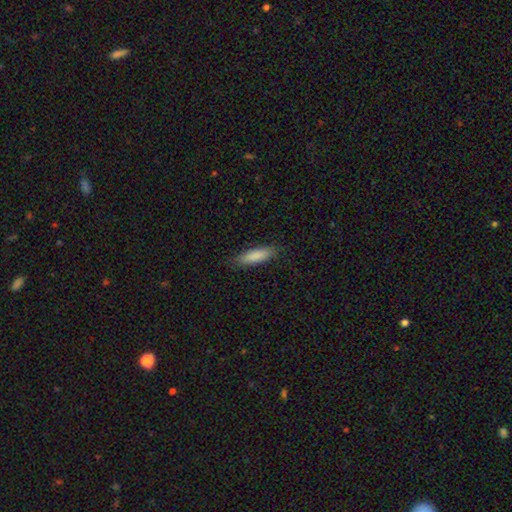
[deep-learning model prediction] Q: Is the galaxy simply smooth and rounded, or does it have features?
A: smooth — 85%.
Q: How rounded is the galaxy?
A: cigar-shaped — 60%.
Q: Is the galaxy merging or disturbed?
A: none — 84%.